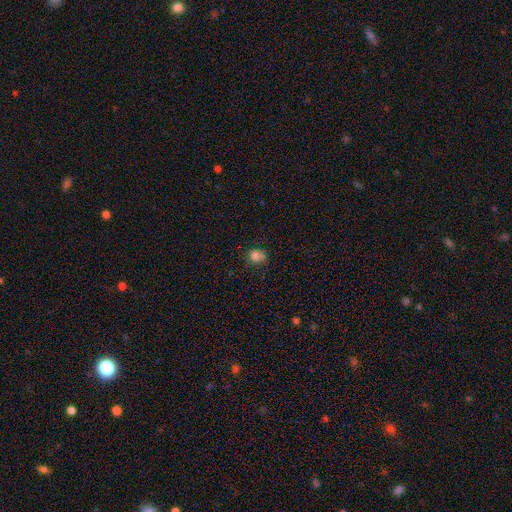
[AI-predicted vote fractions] A smooth galaxy with no disk features (79%) that is round (67%). Merging: none (58%).